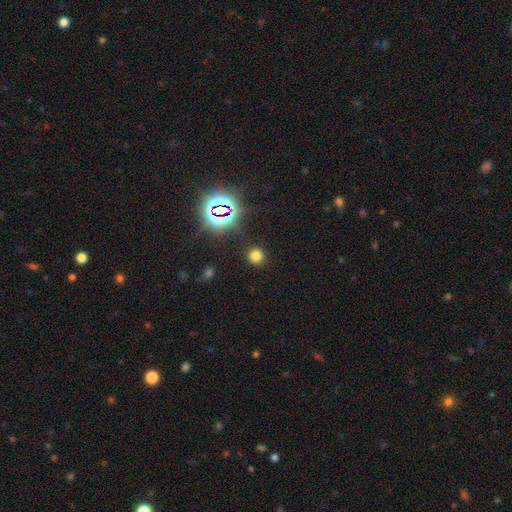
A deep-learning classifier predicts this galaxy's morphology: smooth 69%, star or artifact 25%, featured or disk 6%. Down the decision tree: how rounded — round (91%); merging — none (88%).